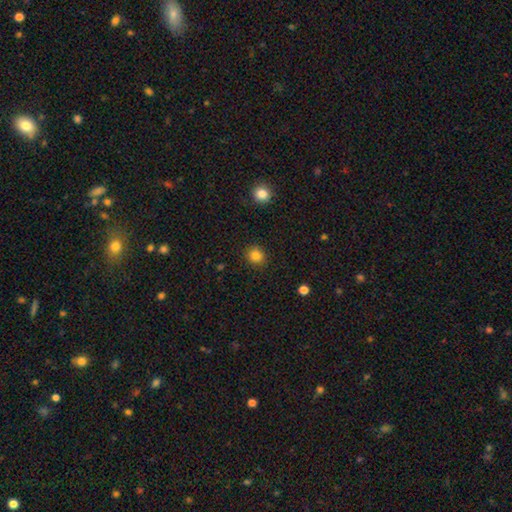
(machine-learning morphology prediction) A smooth galaxy with no disk features (83%) that is round (84%). Merging: none (91%).